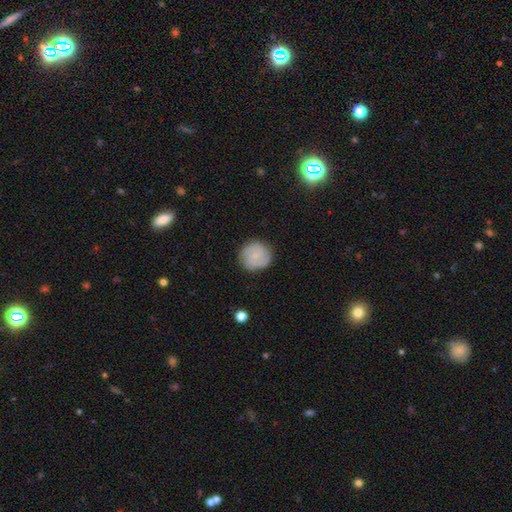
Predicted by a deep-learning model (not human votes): smooth-or-featured: smooth: 48% | featured or disk: 44% | star or artifact: 7%
  merging: none: 86% | minor disturbance: 10% | major disturbance: 3% | merger: 1%